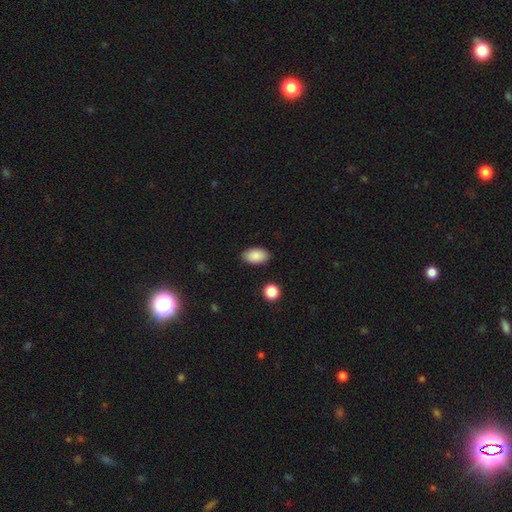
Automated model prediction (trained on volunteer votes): This appears to be a smooth galaxy with no disk features (88%) that is in between round and cigar-shaped (93%). Merging: none (87%).